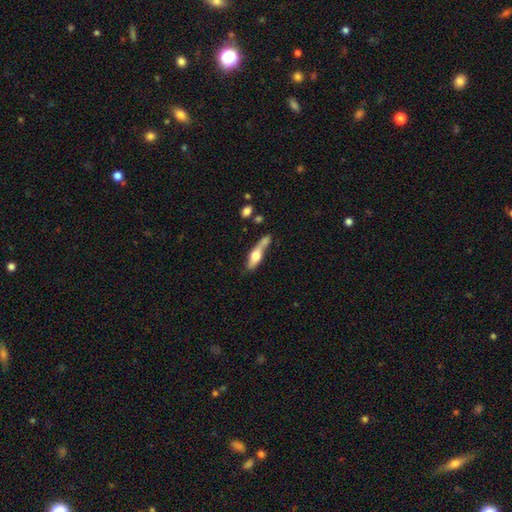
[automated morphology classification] smooth_or_featured: smooth (p=0.55) [alt: featured or disk p=0.38]
how_rounded: cigar-shaped (p=0.50) [alt: in between p=0.46]
merging: none (p=0.39) [alt: merger p=0.27]